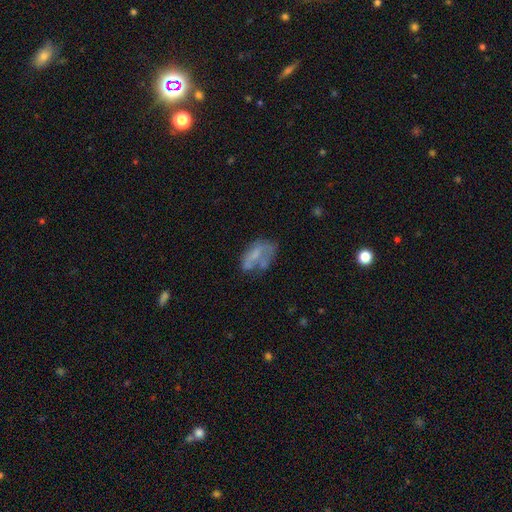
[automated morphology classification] type=smooth (47%); merging=none (36%).